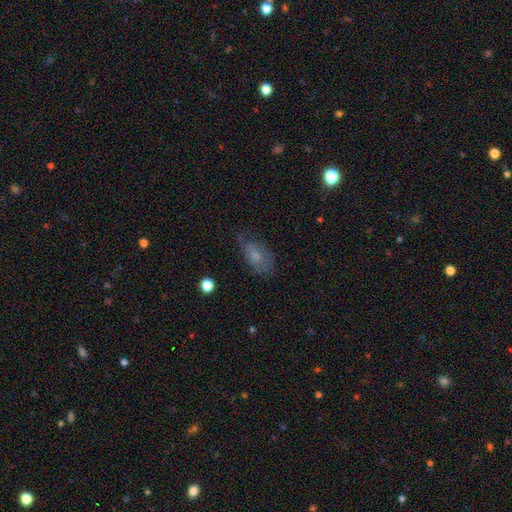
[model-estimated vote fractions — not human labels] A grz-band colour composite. It shows a smooth galaxy with no disk features (61%) that is in between round and cigar-shaped (88%). Merging: none (51%).